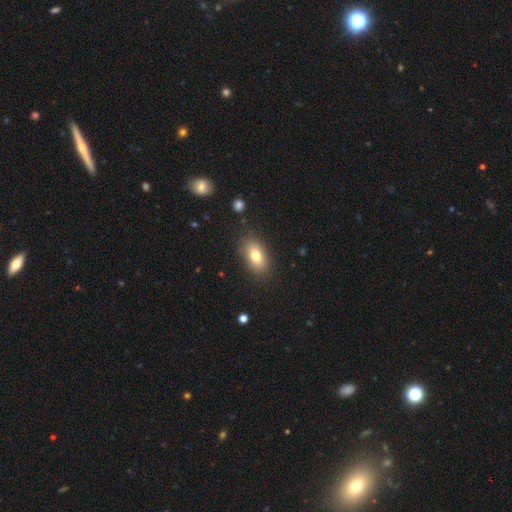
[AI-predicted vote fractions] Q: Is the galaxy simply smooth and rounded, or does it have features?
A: smooth — 77%.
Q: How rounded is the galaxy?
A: in between — 88%.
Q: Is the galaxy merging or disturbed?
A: none — 85%.